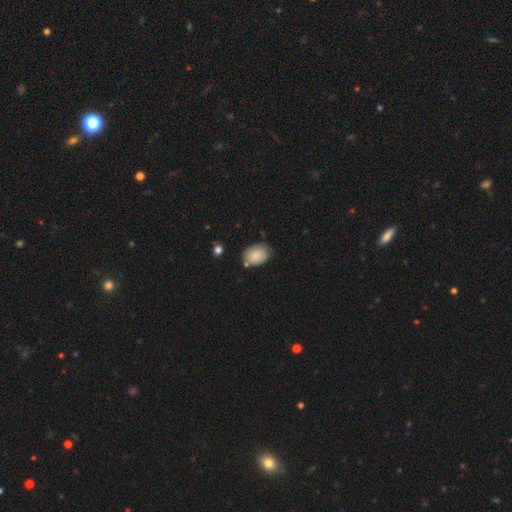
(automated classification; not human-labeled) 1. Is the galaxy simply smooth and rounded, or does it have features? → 85% smooth, 8% featured or disk, 7% star or artifact.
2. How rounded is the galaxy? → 76% in between, 23% round, 1% cigar-shaped.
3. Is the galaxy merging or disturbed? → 73% none, 18% minor disturbance, 5% merger, 4% major disturbance.